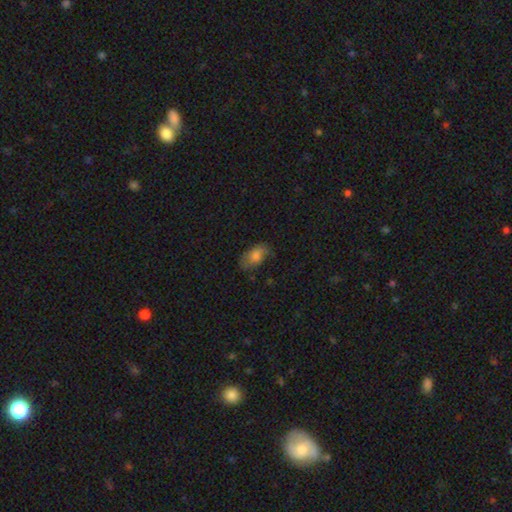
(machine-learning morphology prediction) Overall: smooth (76%). How rounded: in between (91%). Merging: none (64%; minor disturbance 25%).